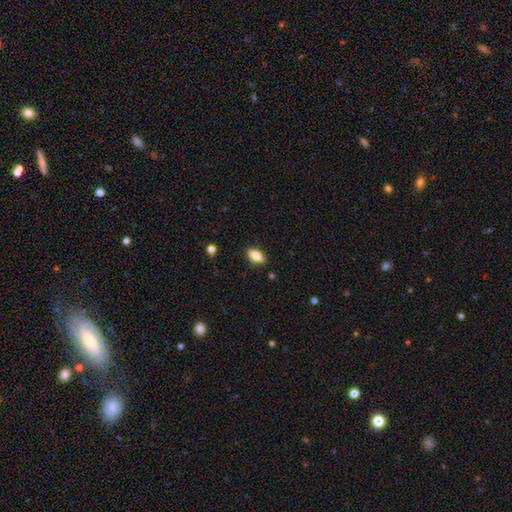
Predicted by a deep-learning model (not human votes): This is likely a smooth galaxy (71%). How rounded: clearly in between (80%). Merging: clearly none (86%).